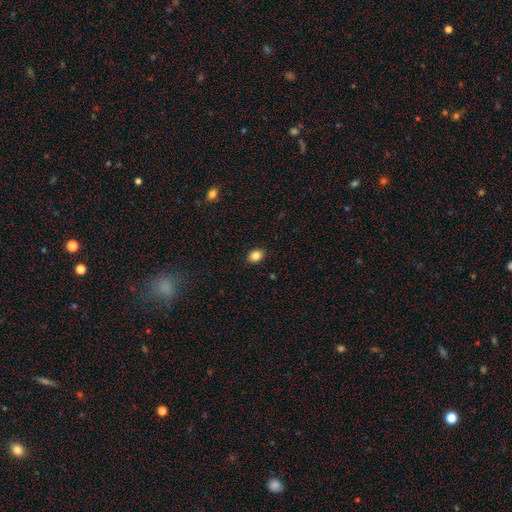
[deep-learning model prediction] This appears to be a smooth galaxy with no disk features (85%) that is in between round and cigar-shaped (57%). Merging: none (89%).